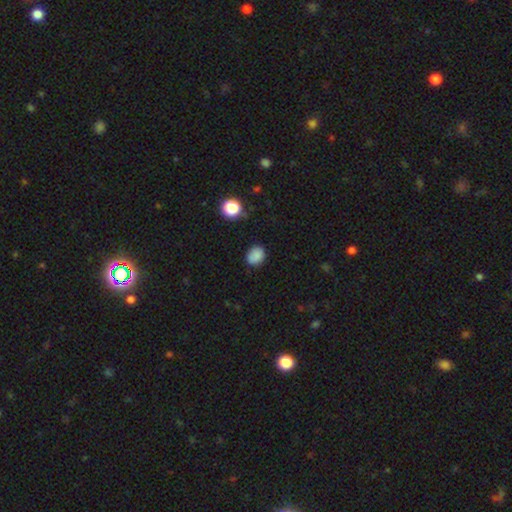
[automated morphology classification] A smooth galaxy with no disk features (84%) that is round (51%).

Vote fractions:
- Smooth or featured? smooth: 84% / star or artifact: 11% / featured or disk: 5%
- How rounded? round: 51% / in between: 49% / cigar-shaped: 1%
- Merging? none: 79% / minor disturbance: 16% / major disturbance: 3% / merger: 2%